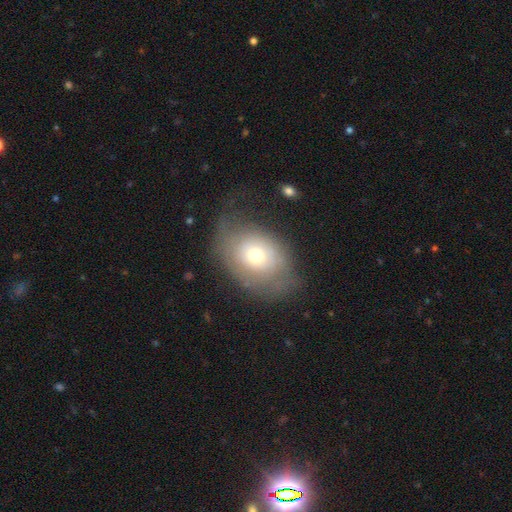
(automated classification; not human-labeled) Morphology: type=smooth (60%); roundness=in between (66%); merging=none (49%).